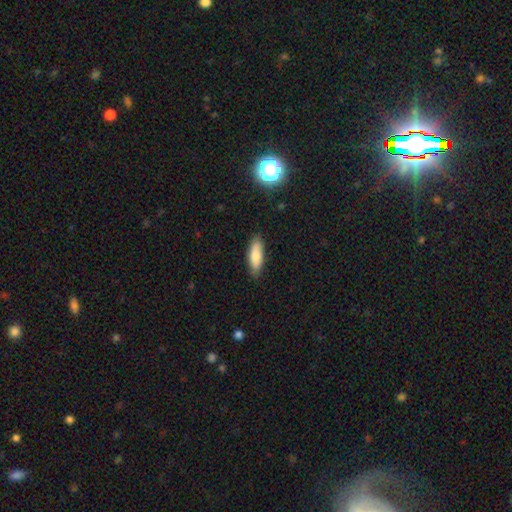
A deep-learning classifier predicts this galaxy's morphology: Smooth or featured: smooth — 81% (featured or disk — 13%)
How rounded: in between — 58% (cigar-shaped — 40%)
Merging: none — 86% (minor disturbance — 11%)